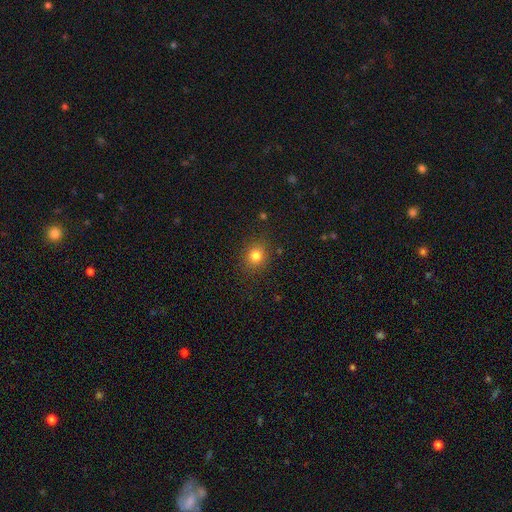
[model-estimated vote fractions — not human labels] This appears to be a smooth galaxy with no disk features (81%) that is round (76%). Merging: none (87%).